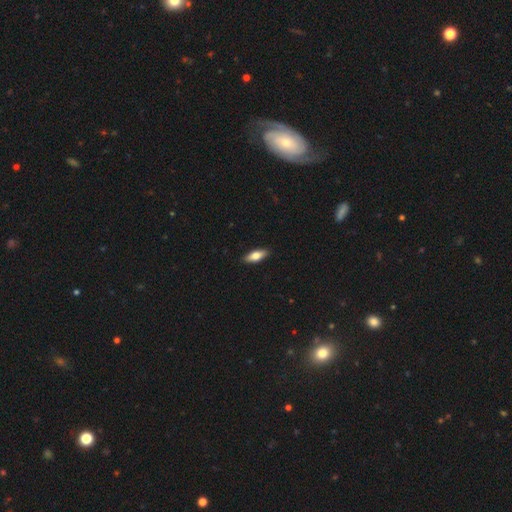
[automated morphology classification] Q: Smooth or featured?
A: smooth (71%); runner-up: featured or disk (23%)
Q: How rounded?
A: in between (69%); runner-up: cigar-shaped (28%)
Q: Merging?
A: none (90%); runner-up: minor disturbance (8%)